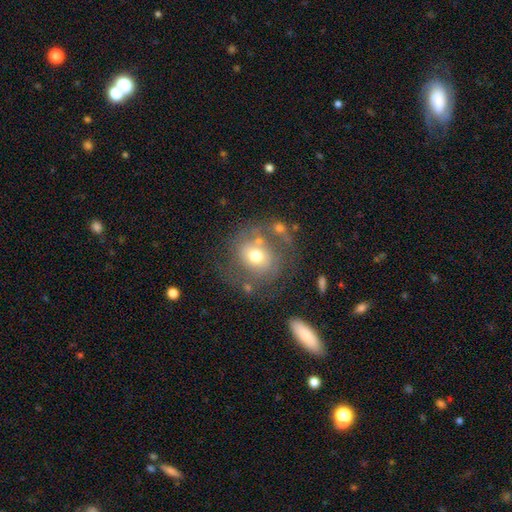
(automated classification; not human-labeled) Smooth or featured? Predicted: smooth (p=0.50). How rounded? Predicted: round (p=0.74). Merging? Predicted: none (p=0.54).